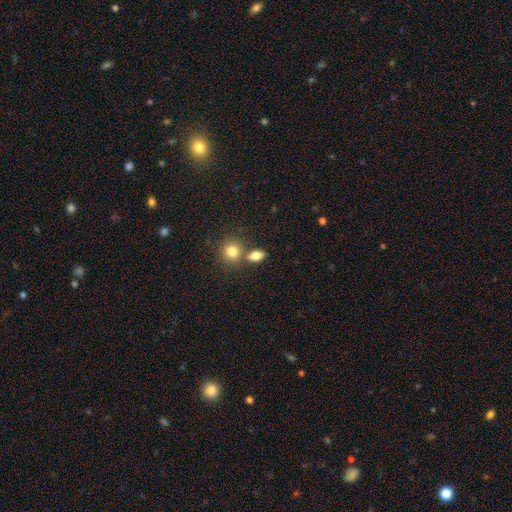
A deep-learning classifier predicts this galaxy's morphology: A smooth galaxy with no disk features (80%) that is in between round and cigar-shaped (75%).

Vote fractions:
- Smooth or featured? smooth: 80% / featured or disk: 10% / star or artifact: 10%
- How rounded? in between: 75% / round: 21% / cigar-shaped: 4%
- Merging? none: 59% / merger: 27% / minor disturbance: 11% / major disturbance: 3%